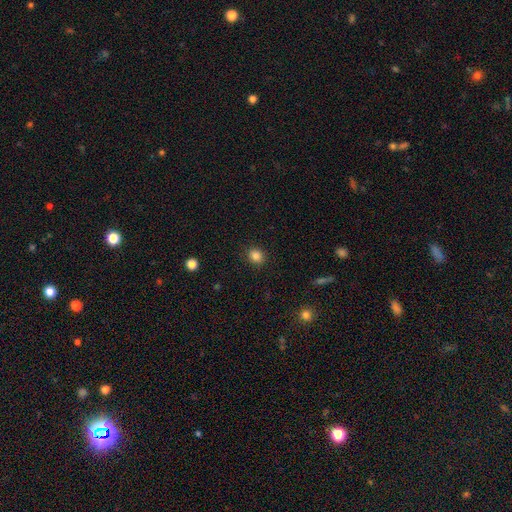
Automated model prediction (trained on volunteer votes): smooth 84%, star or artifact 11%, featured or disk 4%. Down the decision tree: how rounded — round (76%); merging — none (89%).